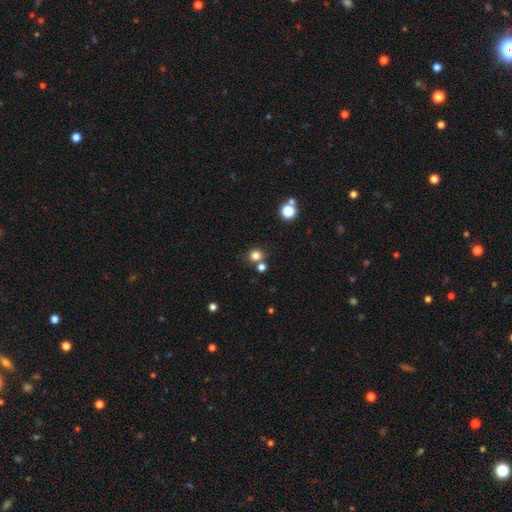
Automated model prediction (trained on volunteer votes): Q: Smooth or featured?
A: smooth (79%); runner-up: star or artifact (16%)
Q: How rounded?
A: round (88%); runner-up: in between (11%)
Q: Merging?
A: none (74%); runner-up: merger (15%)